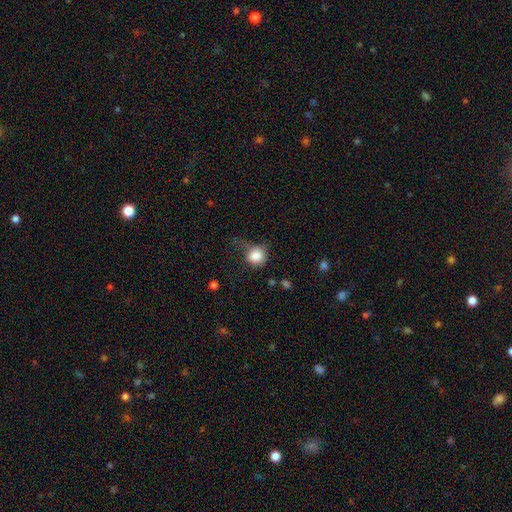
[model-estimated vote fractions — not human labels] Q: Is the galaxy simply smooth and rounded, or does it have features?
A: smooth — 83%.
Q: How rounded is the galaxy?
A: round — 82%.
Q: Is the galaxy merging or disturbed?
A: none — 36%.